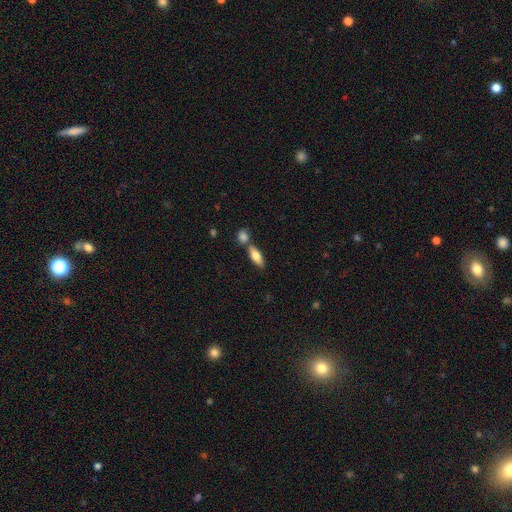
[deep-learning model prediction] Overall: smooth (69%). How rounded: in between (65%; cigar-shaped 32%). Merging: none (59%; merger 29%).